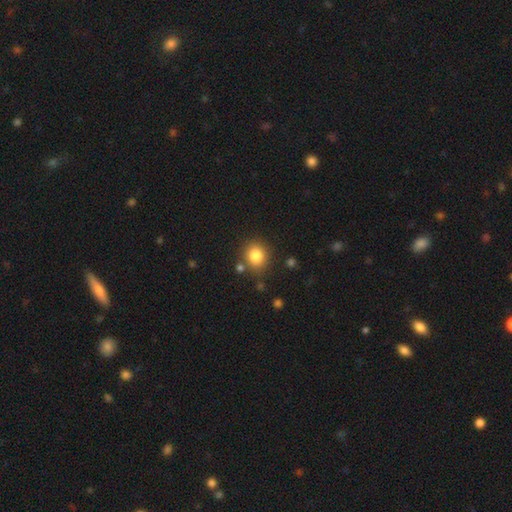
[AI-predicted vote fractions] Smooth or featured? Predicted: smooth (p=0.82). How rounded? Predicted: round (p=0.78). Merging? Predicted: none (p=0.81).